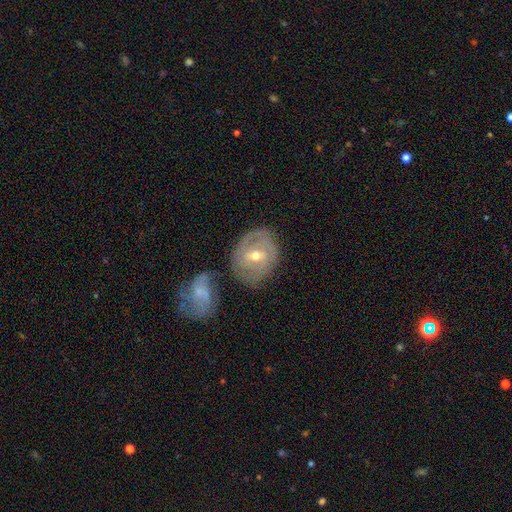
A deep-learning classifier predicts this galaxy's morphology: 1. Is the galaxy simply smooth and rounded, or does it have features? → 69% featured or disk, 25% smooth, 7% star or artifact.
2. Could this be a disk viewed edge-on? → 95% no, 5% yes.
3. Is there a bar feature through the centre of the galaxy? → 49% weak, 32% no, 19% strong.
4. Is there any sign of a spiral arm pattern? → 74% yes, 26% no.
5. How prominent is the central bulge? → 65% moderate, 31% small, 2% large, 1% none, 1% dominant.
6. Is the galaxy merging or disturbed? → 61% none, 20% minor disturbance, 10% merger, 8% major disturbance.